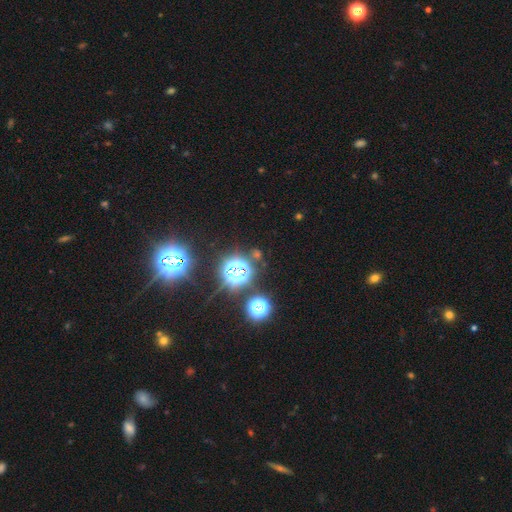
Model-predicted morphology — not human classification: Smooth or featured: star or artifact — 74% (smooth — 19%)